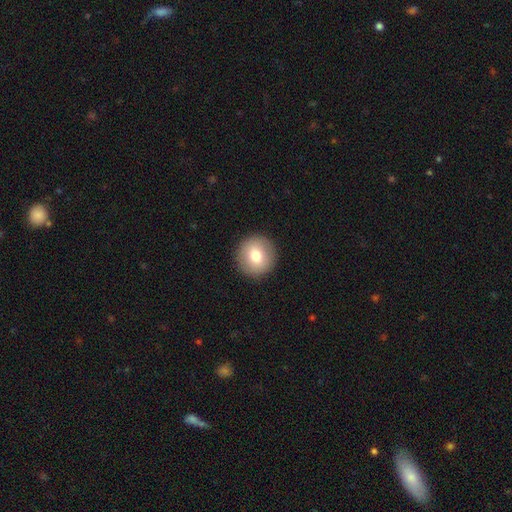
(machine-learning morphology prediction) Overall: smooth (77%). How rounded: round (94%). Merging: none (93%).